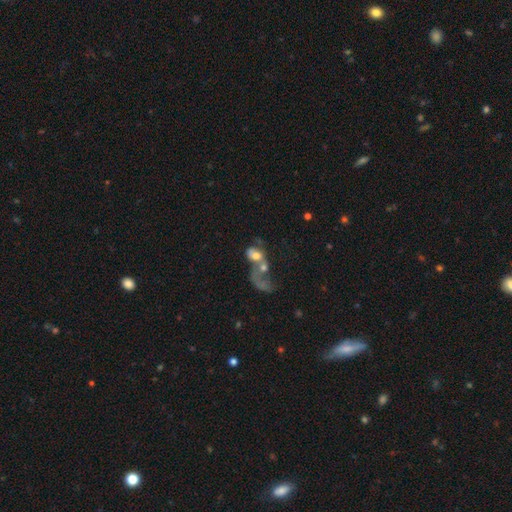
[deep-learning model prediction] This is possibly a smooth galaxy (46%). Merging: likely merger (68%).